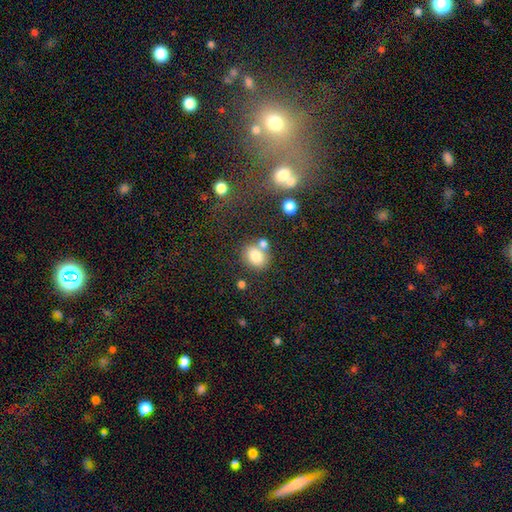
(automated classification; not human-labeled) Smooth or featured: smooth — 79% (star or artifact — 11%)
How rounded: round — 56% (in between — 43%)
Merging: none — 60% (merger — 23%)